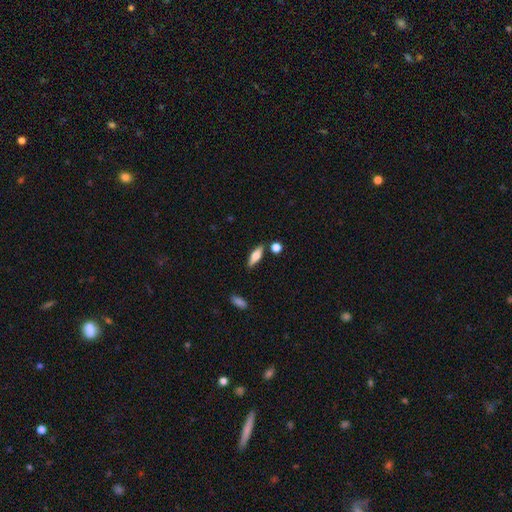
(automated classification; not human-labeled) A smooth galaxy with no disk features (57%) that is in between round and cigar-shaped (50%).

Vote fractions:
- Smooth or featured? smooth: 57% / featured or disk: 36% / star or artifact: 7%
- How rounded? in between: 50% / cigar-shaped: 47% / round: 3%
- Merging? none: 83% / minor disturbance: 10% / merger: 5% / major disturbance: 2%